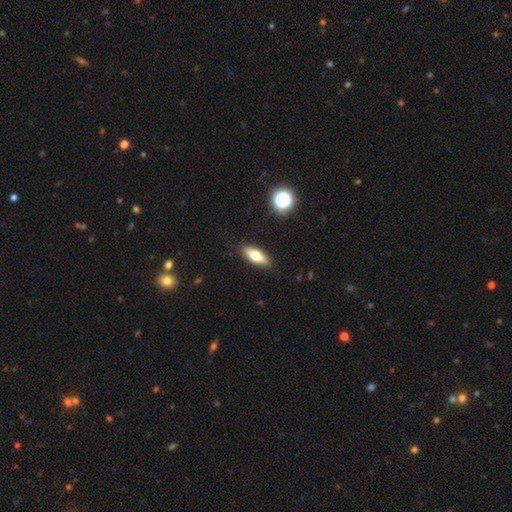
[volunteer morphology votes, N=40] This appears to be a smooth galaxy with no disk features (70%) that is in between round and cigar-shaped (57%). Merging: none (95%).